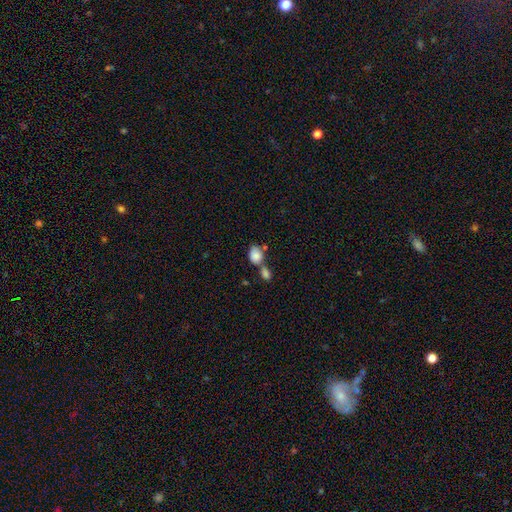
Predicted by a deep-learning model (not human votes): A smooth galaxy with no disk features (84%) that is in between round and cigar-shaped (64%). Merging: merger (51%).